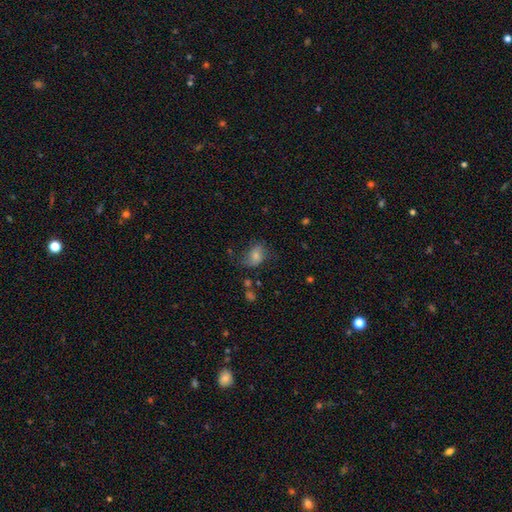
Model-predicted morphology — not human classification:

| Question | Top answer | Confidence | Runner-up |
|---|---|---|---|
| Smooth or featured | smooth | 66% | featured or disk (24%) |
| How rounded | in between | 74% | round (25%) |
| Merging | none | 52% | minor disturbance (28%) |